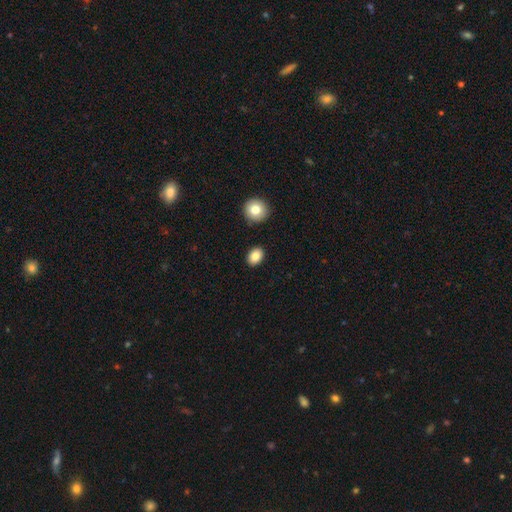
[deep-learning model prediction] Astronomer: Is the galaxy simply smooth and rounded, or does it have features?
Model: smooth — 84%.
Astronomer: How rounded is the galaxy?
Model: in between — 67%.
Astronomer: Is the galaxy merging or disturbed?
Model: none — 87%.